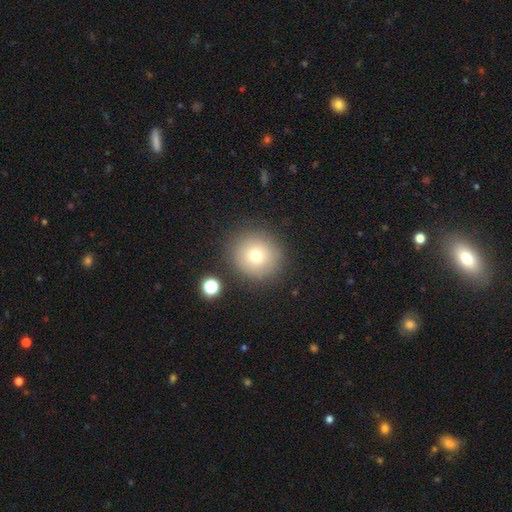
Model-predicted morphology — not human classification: smooth 71%, star or artifact 15%, featured or disk 14%. Down the decision tree: how rounded — round (93%); merging — none (86%).